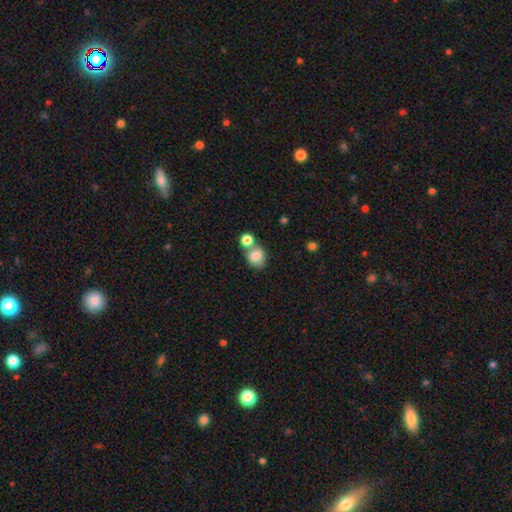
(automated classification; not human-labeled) Smooth or featured? Predicted: smooth (p=0.80). How rounded? Predicted: round (p=0.59). Merging? Predicted: merger (p=0.46).